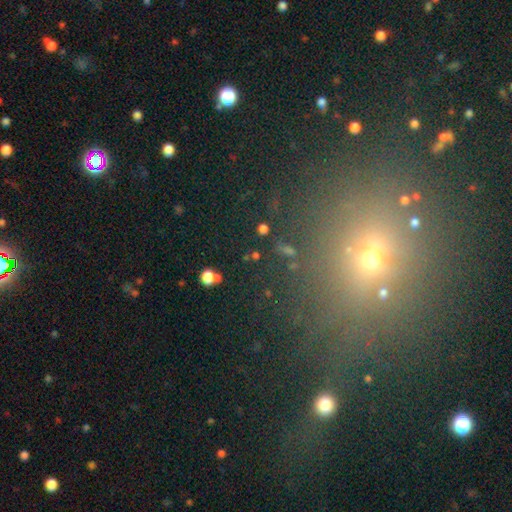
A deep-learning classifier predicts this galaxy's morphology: Overall: star or artifact (46%; smooth 40%).